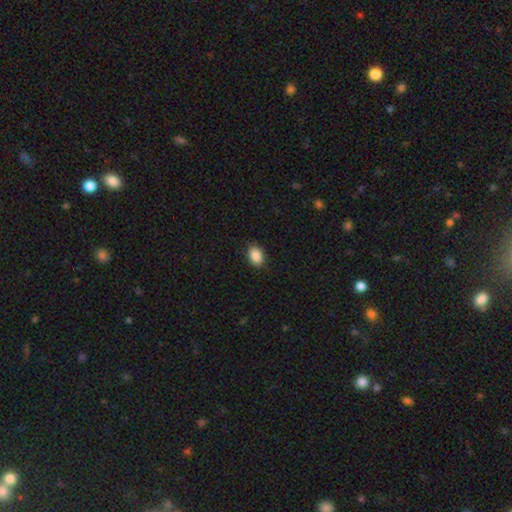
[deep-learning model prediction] Morphology: type=smooth (89%); roundness=in between (82%); merging=none (88%).